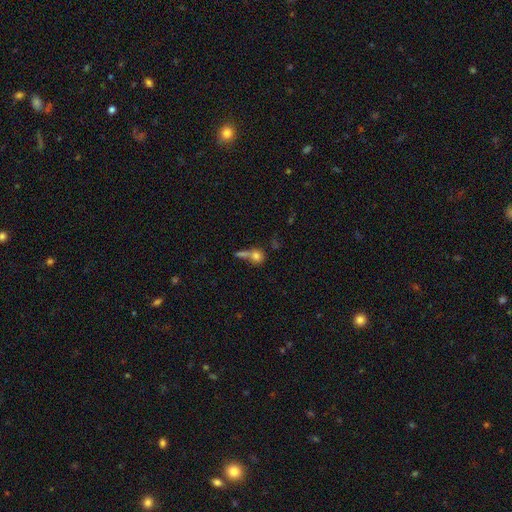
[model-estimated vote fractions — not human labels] Q: Smooth or featured?
A: smooth (51%); runner-up: star or artifact (28%)
Q: How rounded?
A: round (60%); runner-up: in between (31%)
Q: Merging?
A: none (42%); runner-up: merger (37%)